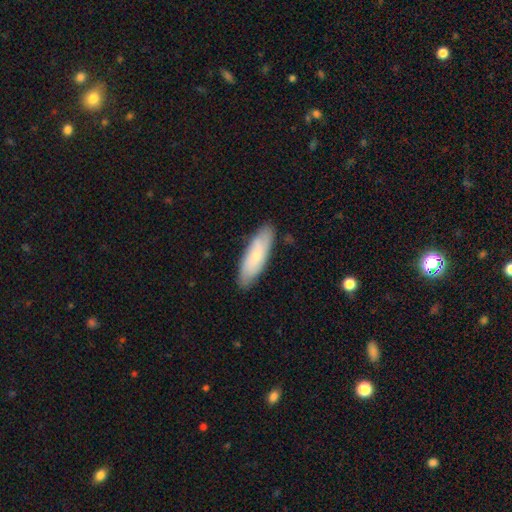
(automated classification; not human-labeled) Smooth or featured? smooth (68%)
How rounded? in between (50%)
Merging? none (85%)